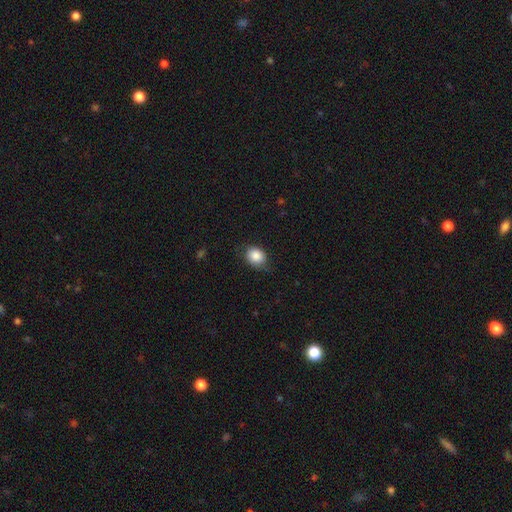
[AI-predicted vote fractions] smooth_or_featured: smooth (p=0.85) [alt: star or artifact p=0.08]
how_rounded: round (p=0.53) [alt: in between p=0.46]
merging: none (p=0.72) [alt: minor disturbance p=0.22]